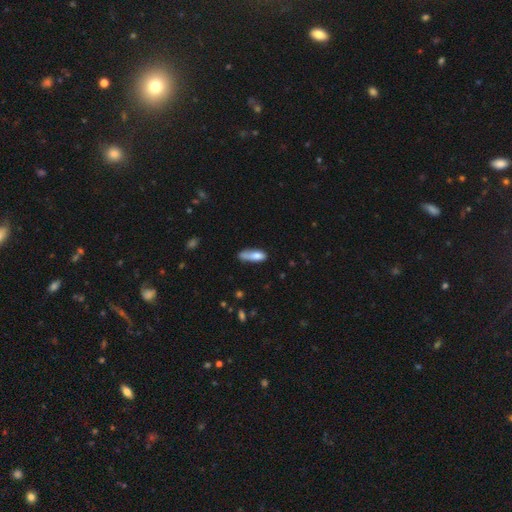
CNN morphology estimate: Smooth or featured: smooth — 76% (featured or disk — 17%)
How rounded: in between — 53% (cigar-shaped — 45%)
Merging: none — 43% (minor disturbance — 34%)